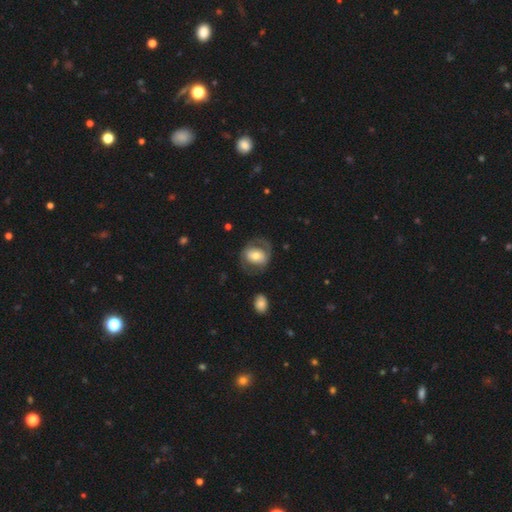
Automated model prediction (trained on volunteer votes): Overall: featured or disk (54%; smooth 40%). Edge-on disk: no (96%). Bar: no (54%; weak 29%). Spiral arms: yes (50%, tied with no). Bulge size: moderate (61%). Merging: none (66%).